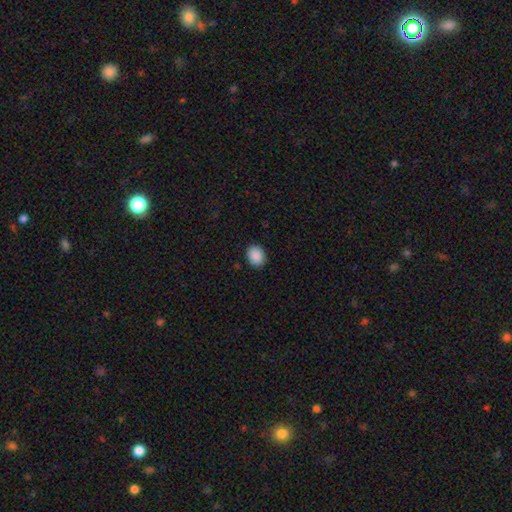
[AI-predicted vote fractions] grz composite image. It shows a smooth galaxy with no disk features (89%) that is in between round and cigar-shaped (50%). Merging: none (88%).